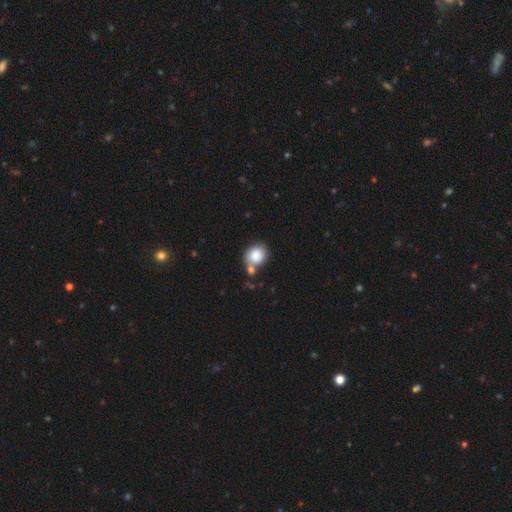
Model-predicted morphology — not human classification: Smooth or featured: smooth — 84% (star or artifact — 8%)
How rounded: round — 71% (in between — 28%)
Merging: none — 55% (merger — 24%)